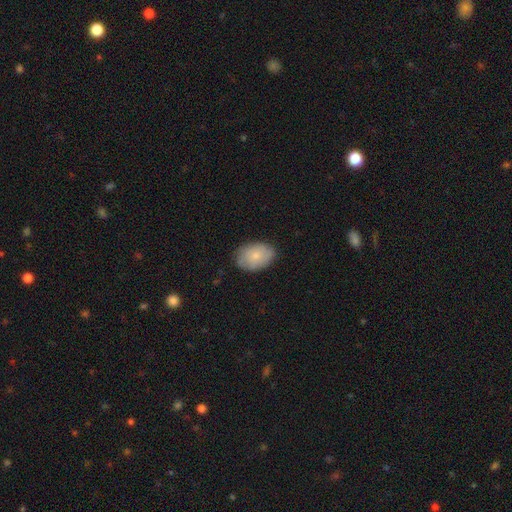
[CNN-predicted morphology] The model was most divided on "smooth or featured": smooth: 75%, featured or disk: 18%, star or artifact: 7%. More confident: how rounded — in between (82%); merging — none (78%).